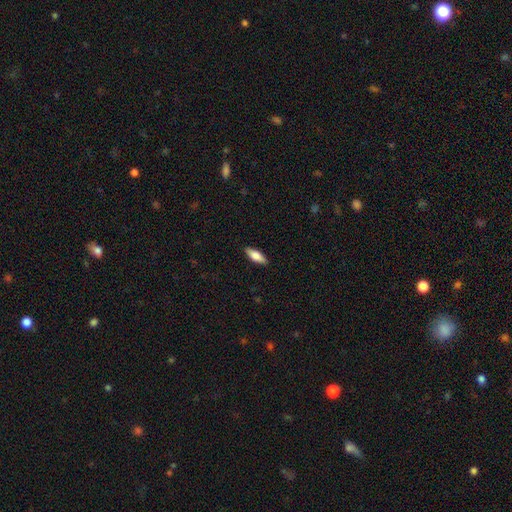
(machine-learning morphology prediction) Smooth or featured?
  - smooth: 74% *
  - featured or disk: 20%
  - star or artifact: 6%
How rounded?
  - in between: 66% *
  - cigar-shaped: 31%
  - round: 2%
Merging?
  - none: 89% *
  - minor disturbance: 8%
  - major disturbance: 2%
  - merger: 1%